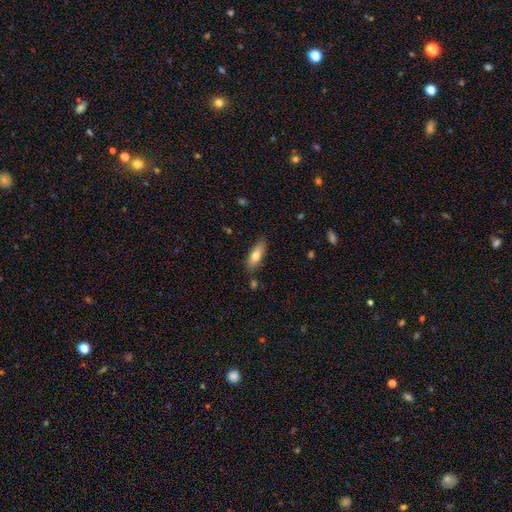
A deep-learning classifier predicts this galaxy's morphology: smooth_or_featured: smooth (p=0.74) [alt: featured or disk p=0.20]
how_rounded: in between (p=0.62) [alt: cigar-shaped p=0.36]
merging: none (p=0.81) [alt: minor disturbance p=0.13]